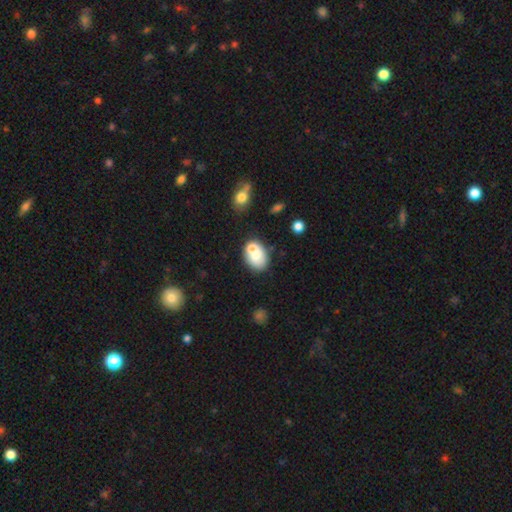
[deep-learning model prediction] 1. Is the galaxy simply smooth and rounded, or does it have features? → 69% smooth, 22% featured or disk, 9% star or artifact.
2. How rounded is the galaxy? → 67% in between, 32% round, 1% cigar-shaped.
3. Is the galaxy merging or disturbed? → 43% none, 39% merger, 13% minor disturbance, 5% major disturbance.